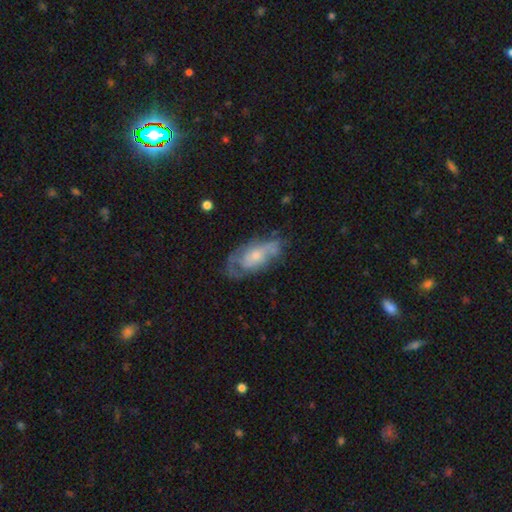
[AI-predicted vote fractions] featured or disk 58%, smooth 35%, star or artifact 7%. Down the decision tree: edge-on disk — no (89%); bar — no (75%); spiral arms — yes (64%); bulge size — small (49%); merging — none (52%).